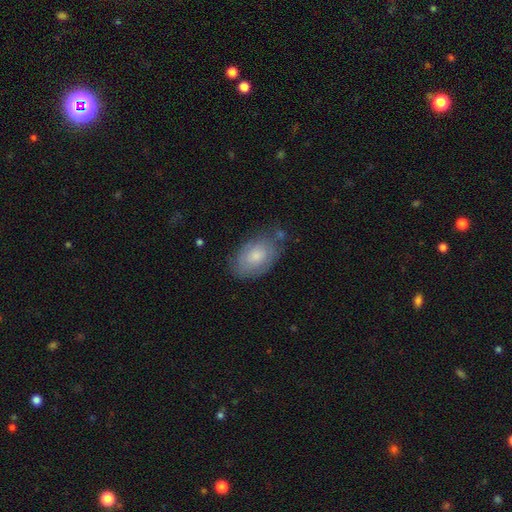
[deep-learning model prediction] A smooth galaxy with no disk features (62%) that is in between round and cigar-shaped (91%). Merging: none (67%).